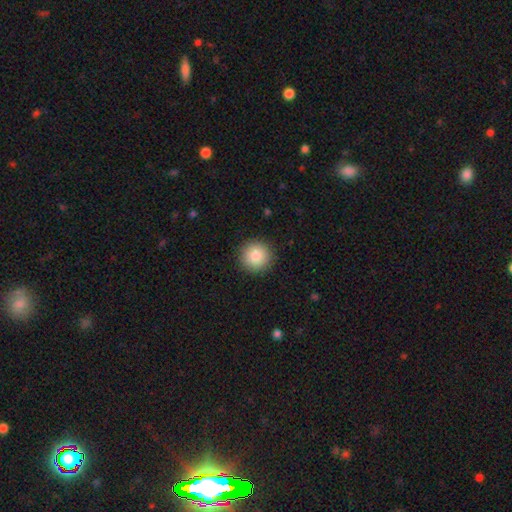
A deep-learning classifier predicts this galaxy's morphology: A smooth galaxy with no disk features (84%) that is round (95%). Merging: none (92%).